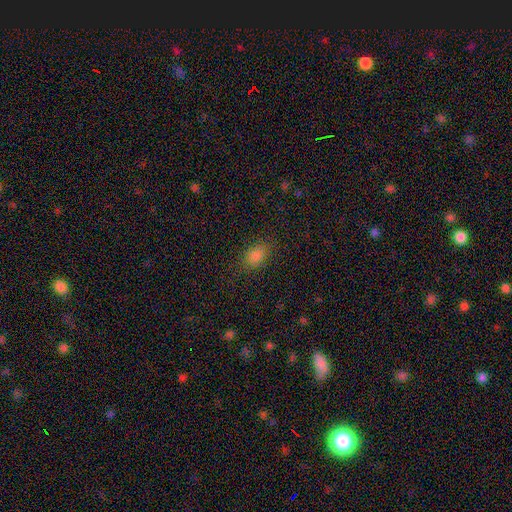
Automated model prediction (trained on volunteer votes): smooth 81%, star or artifact 13%, featured or disk 6%. Down the decision tree: how rounded — in between (81%); merging — none (84%).